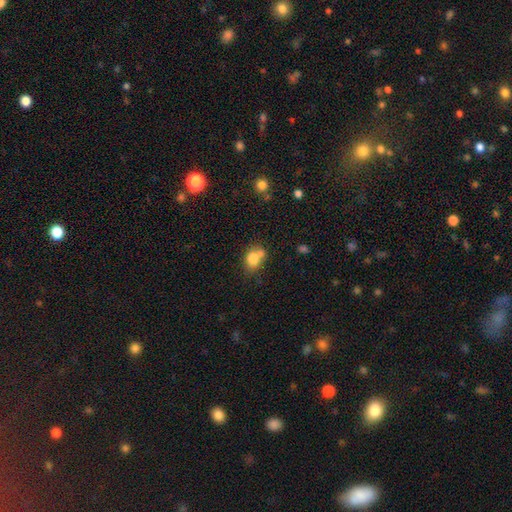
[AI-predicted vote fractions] Smooth or featured: smooth — 77% (featured or disk — 12%)
How rounded: in between — 56% (round — 43%)
Merging: none — 41% (merger — 38%)